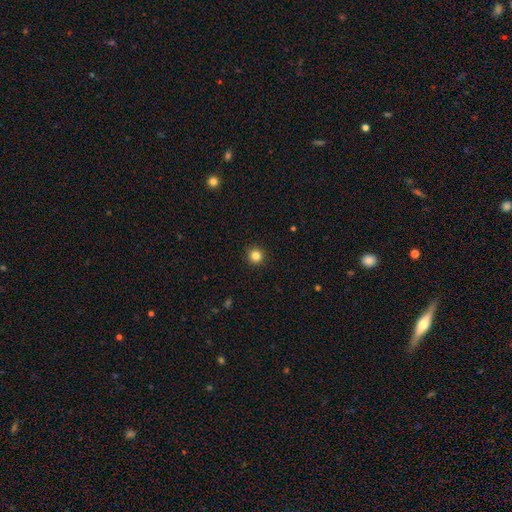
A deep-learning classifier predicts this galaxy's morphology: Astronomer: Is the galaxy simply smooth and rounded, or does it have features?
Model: smooth — 84%.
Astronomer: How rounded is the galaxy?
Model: round — 95%.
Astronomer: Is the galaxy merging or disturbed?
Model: none — 93%.